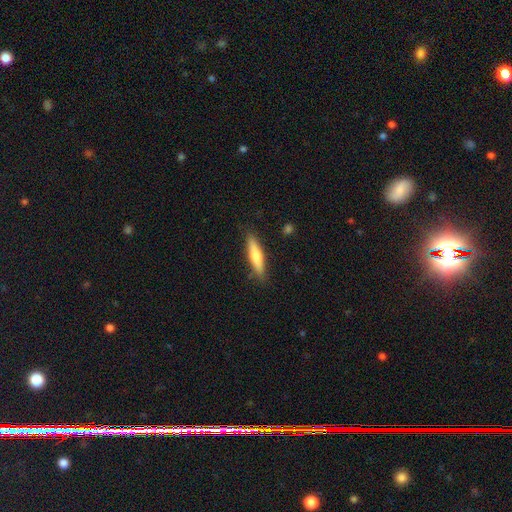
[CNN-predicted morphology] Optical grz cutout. It shows a smooth galaxy with no disk features (62%) that is cigar-shaped (83%). Merging: none (87%).